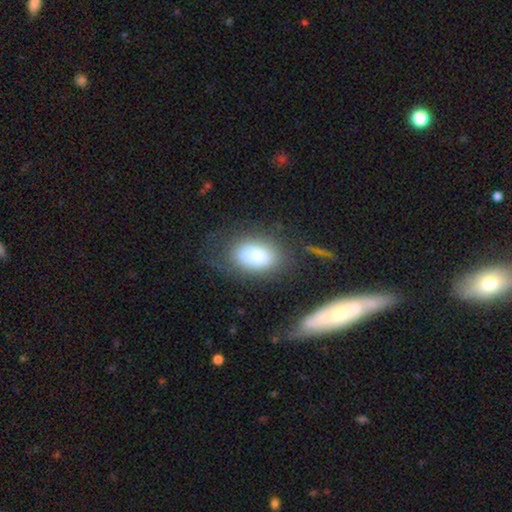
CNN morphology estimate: The model was most divided on "merging": none: 58%, minor disturbance: 22%, major disturbance: 15%, merger: 5%. More confident: how rounded — in between (87%); smooth or featured — smooth (73%).